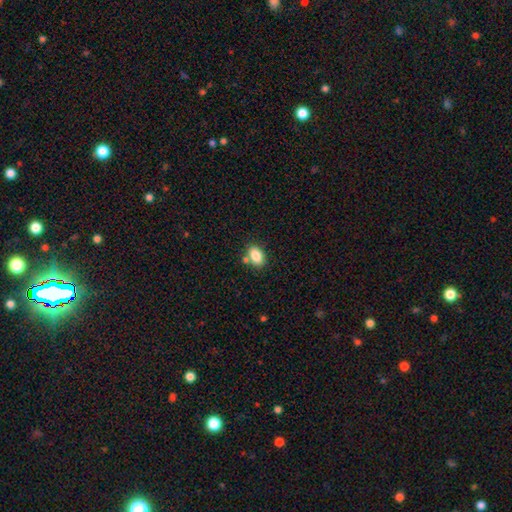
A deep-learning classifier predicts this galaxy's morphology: A smooth galaxy with no disk features (85%) that is in between round and cigar-shaped (87%).

Vote fractions:
- Smooth or featured? smooth: 85% / star or artifact: 8% / featured or disk: 6%
- How rounded? in between: 87% / round: 11% / cigar-shaped: 2%
- Merging? none: 72% / merger: 13% / minor disturbance: 12% / major disturbance: 3%